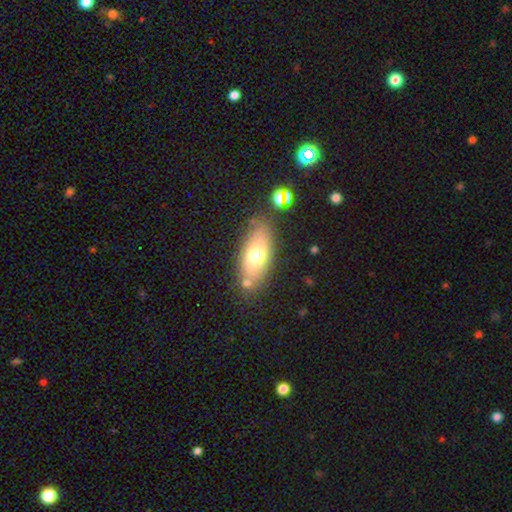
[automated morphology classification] The model was most divided on "smooth or featured": smooth: 66%, featured or disk: 25%, star or artifact: 9%. More confident: how rounded — in between (82%); merging — none (77%).